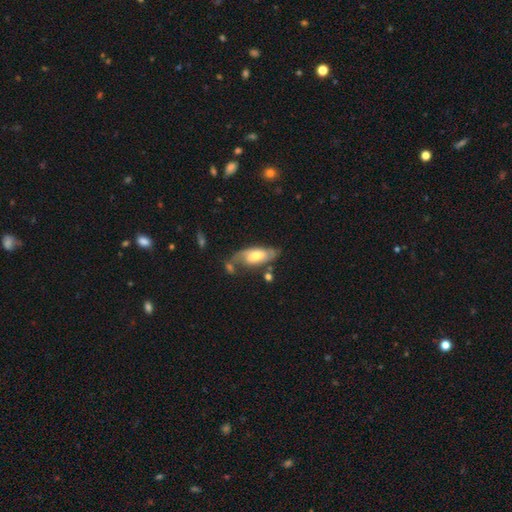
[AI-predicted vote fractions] Smooth or featured? featured or disk (51%)
Edge-on disk? no (80%)
Merging? none (56%)